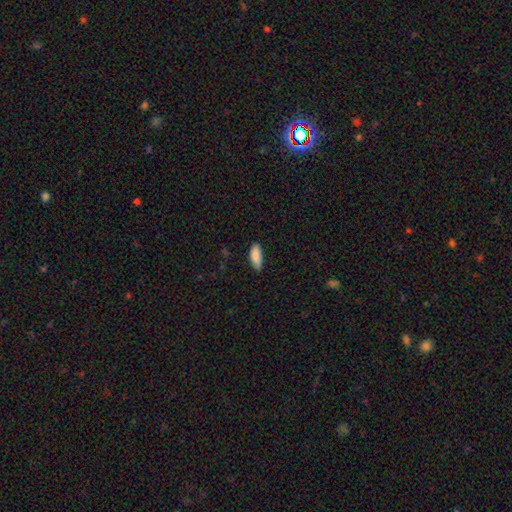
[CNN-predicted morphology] Smooth or featured: smooth — 89% (star or artifact — 7%)
How rounded: in between — 77% (cigar-shaped — 21%)
Merging: none — 76% (minor disturbance — 20%)